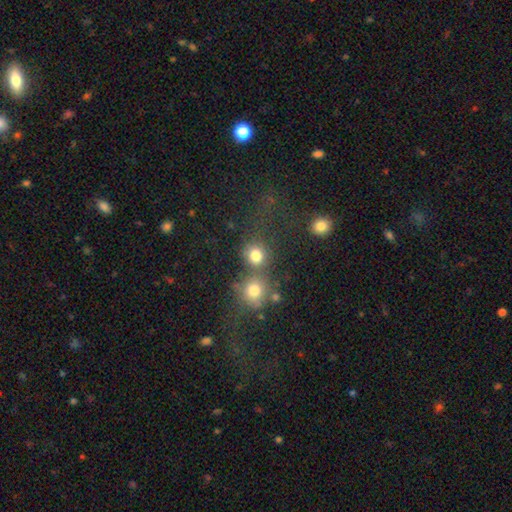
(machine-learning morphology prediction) smooth-or-featured: smooth: 78% | star or artifact: 14% | featured or disk: 7%
  how-rounded: round: 86% | in between: 13% | cigar-shaped: 1%
  merging: none: 48% | merger: 38% | minor disturbance: 8% | major disturbance: 5%